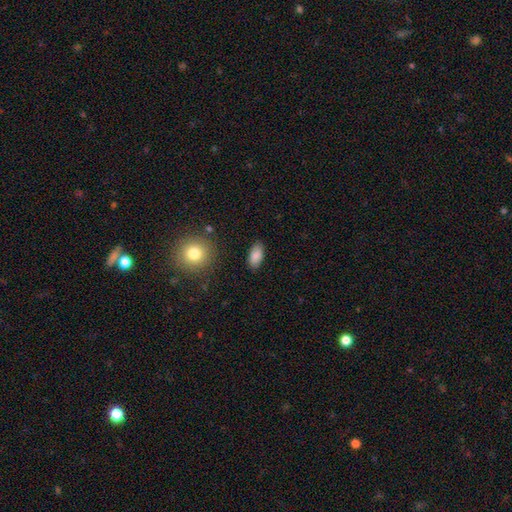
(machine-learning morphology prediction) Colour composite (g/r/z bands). It shows a smooth galaxy with no disk features (87%) that is in between round and cigar-shaped (91%). Merging: none (87%).